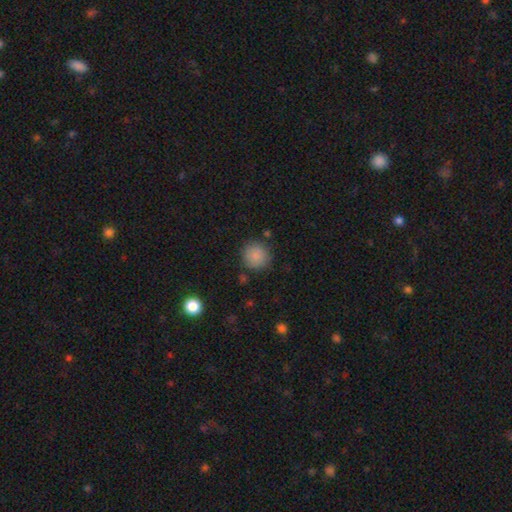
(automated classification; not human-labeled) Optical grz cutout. It shows a smooth galaxy with no disk features (86%) that is round (91%). Merging: none (83%).